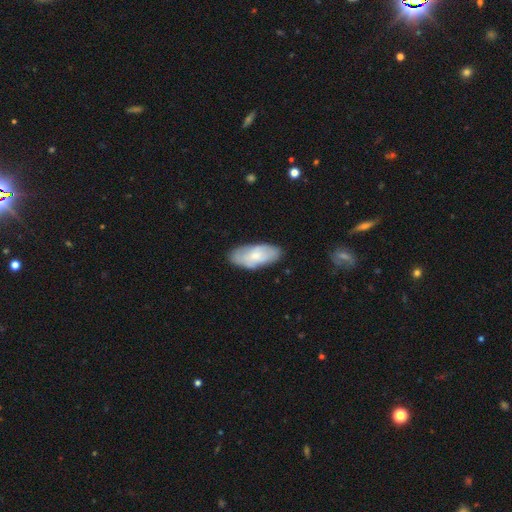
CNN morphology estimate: Overall: smooth (61%; featured or disk 33%). How rounded: in between (90%). Merging: none (77%).